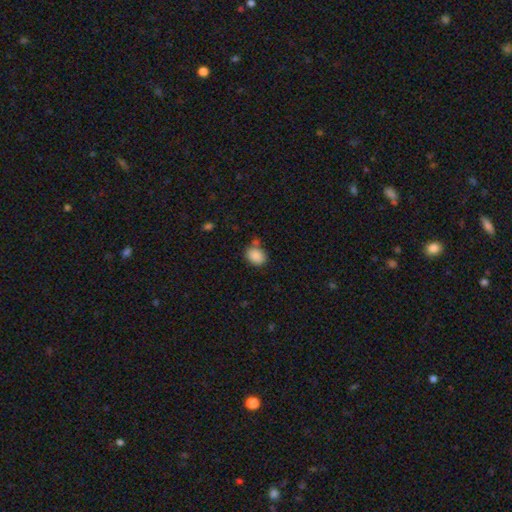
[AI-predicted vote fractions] Q: Smooth or featured?
A: smooth (88%); runner-up: star or artifact (9%)
Q: How rounded?
A: in between (58%); runner-up: round (41%)
Q: Merging?
A: none (66%); runner-up: minor disturbance (18%)